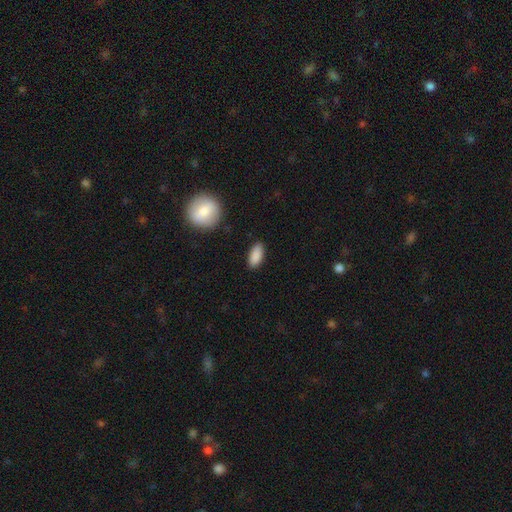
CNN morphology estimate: Smooth or featured?
  - smooth: 89% *
  - star or artifact: 7%
  - featured or disk: 4%
How rounded?
  - in between: 89% *
  - cigar-shaped: 8%
  - round: 3%
Merging?
  - none: 87% *
  - minor disturbance: 10%
  - major disturbance: 2%
  - merger: 1%